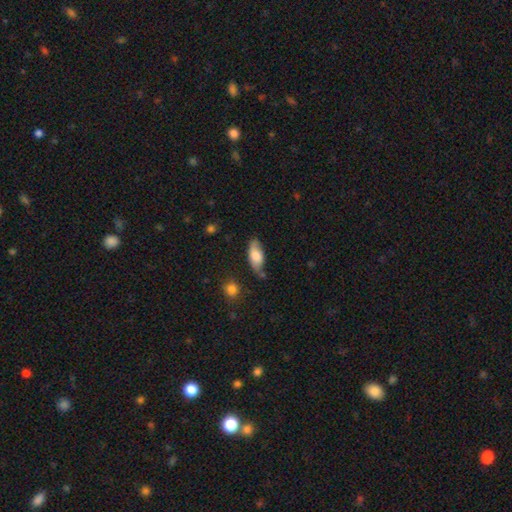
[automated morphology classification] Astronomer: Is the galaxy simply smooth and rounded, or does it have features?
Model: smooth — 73%.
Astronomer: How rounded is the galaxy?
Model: in between — 82%.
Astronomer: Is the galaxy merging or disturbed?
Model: none — 64%.